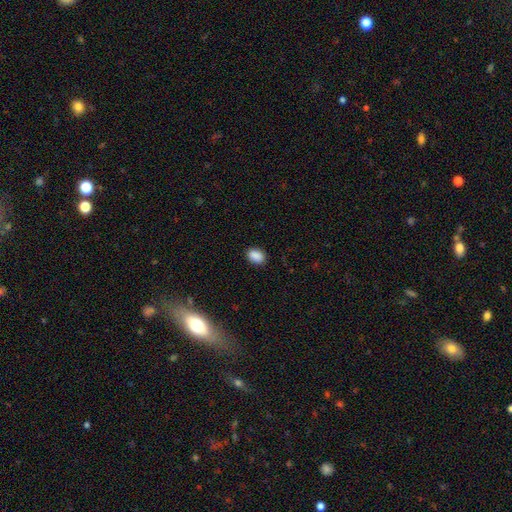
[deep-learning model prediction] smooth-or-featured: smooth: 89% | star or artifact: 8% | featured or disk: 3%
  how-rounded: in between: 79% | round: 20% | cigar-shaped: 1%
  merging: none: 88% | minor disturbance: 9% | major disturbance: 2% | merger: 1%